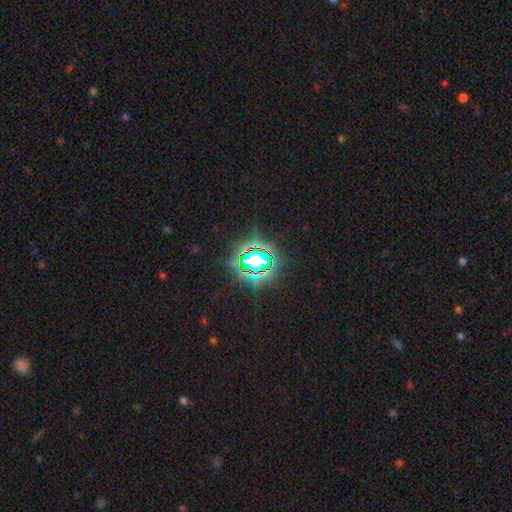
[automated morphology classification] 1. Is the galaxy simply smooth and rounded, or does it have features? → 79% star or artifact, 13% smooth, 7% featured or disk.